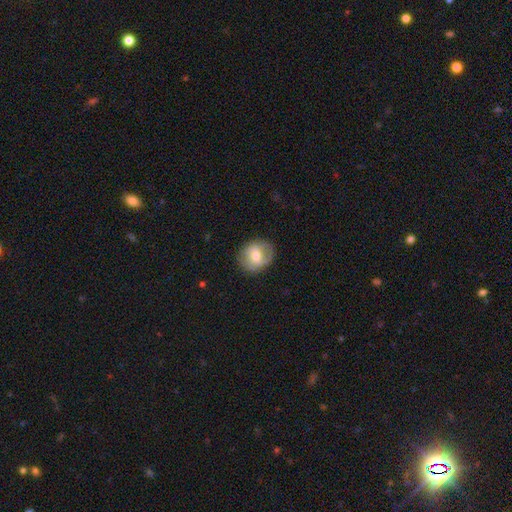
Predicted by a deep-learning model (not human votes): The model was most divided on "smooth or featured": smooth: 49%, featured or disk: 43%, star or artifact: 7%. More confident: merging — none (77%).